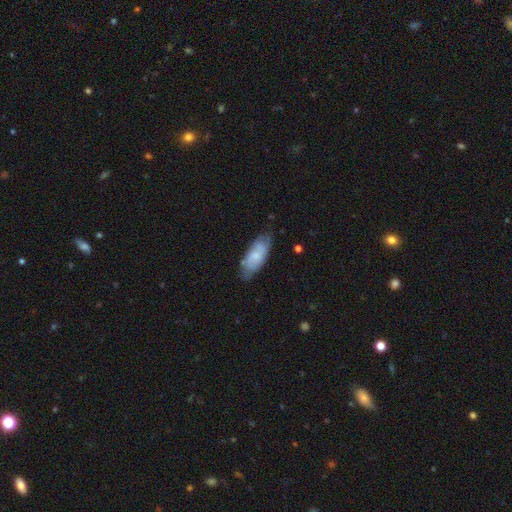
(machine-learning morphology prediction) A smooth galaxy with no disk features (61%) that is in between round and cigar-shaped (81%).

Vote fractions:
- Smooth or featured? smooth: 61% / featured or disk: 32% / star or artifact: 6%
- How rounded? in between: 81% / cigar-shaped: 17% / round: 2%
- Merging? none: 70% / minor disturbance: 23% / major disturbance: 5% / merger: 2%